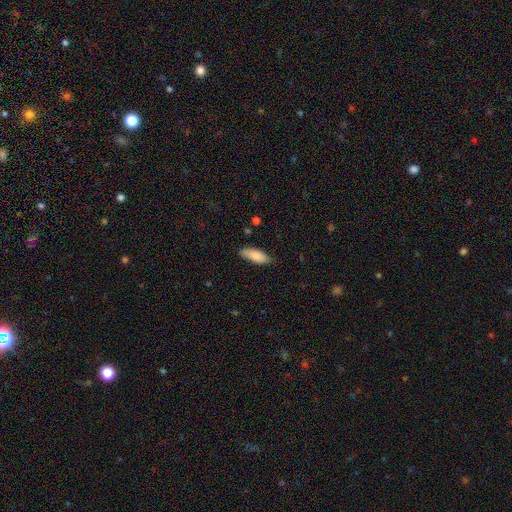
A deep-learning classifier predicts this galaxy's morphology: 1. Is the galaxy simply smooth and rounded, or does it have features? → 85% smooth, 9% featured or disk, 6% star or artifact.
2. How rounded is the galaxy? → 74% in between, 25% cigar-shaped, 2% round.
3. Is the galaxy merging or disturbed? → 78% none, 18% minor disturbance, 3% major disturbance, 1% merger.